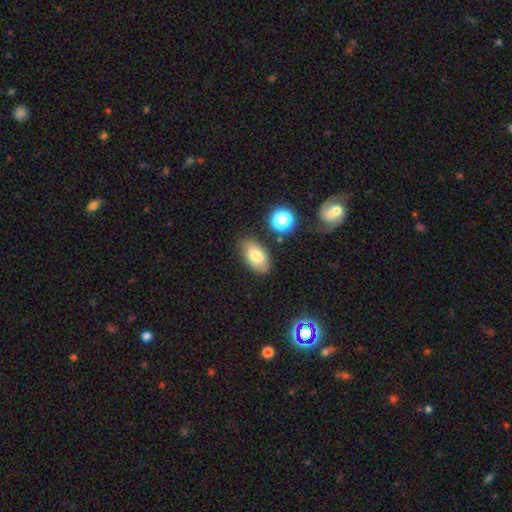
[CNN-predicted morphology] Smooth or featured? Predicted: smooth (p=0.76). How rounded? Predicted: in between (p=0.92). Merging? Predicted: none (p=0.80).